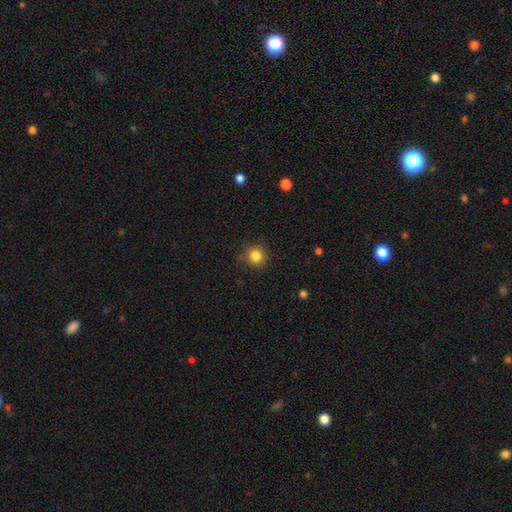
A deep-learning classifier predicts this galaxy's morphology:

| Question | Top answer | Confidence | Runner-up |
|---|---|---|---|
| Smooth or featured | smooth | 83% | star or artifact (12%) |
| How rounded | round | 93% | in between (6%) |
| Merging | none | 84% | minor disturbance (12%) |